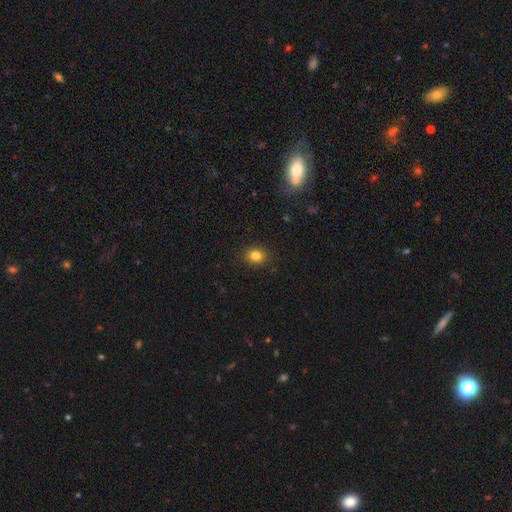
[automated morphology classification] This is clearly a smooth galaxy (82%). How rounded: likely round (61%). Merging: clearly none (89%).